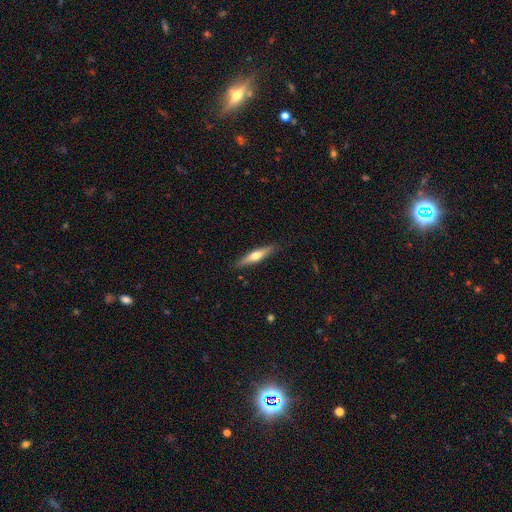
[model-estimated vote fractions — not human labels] Smooth or featured?
  - featured or disk: 51% *
  - smooth: 43%
  - star or artifact: 6%
Edge-on disk?
  - yes: 94% *
  - no: 6%
Merging?
  - none: 88% *
  - minor disturbance: 9%
  - major disturbance: 2%
  - merger: 1%